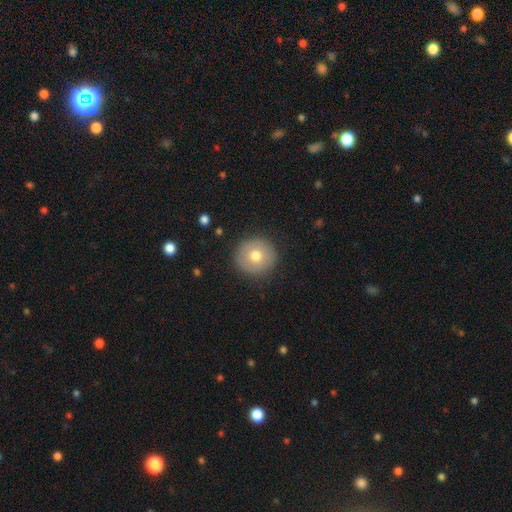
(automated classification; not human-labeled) Q: Smooth or featured?
A: smooth (69%); runner-up: featured or disk (23%)
Q: How rounded?
A: round (94%); runner-up: in between (5%)
Q: Merging?
A: none (90%); runner-up: minor disturbance (7%)